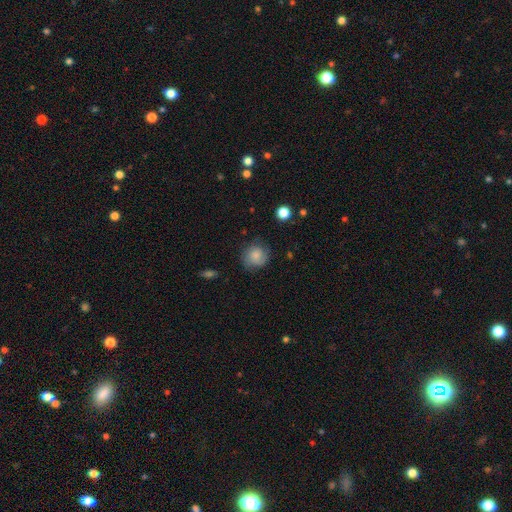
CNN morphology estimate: smooth_or_featured: smooth (p=0.74) [alt: featured or disk p=0.17]
how_rounded: round (p=0.86) [alt: in between p=0.13]
merging: none (p=0.72) [alt: minor disturbance p=0.20]